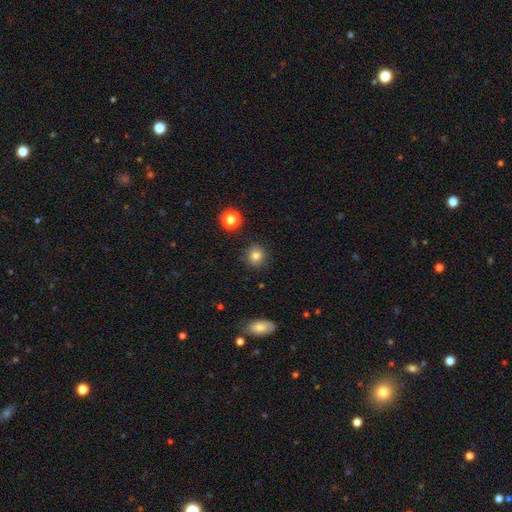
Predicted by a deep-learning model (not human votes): Overall: smooth (81%). How rounded: round (84%). Merging: none (85%).